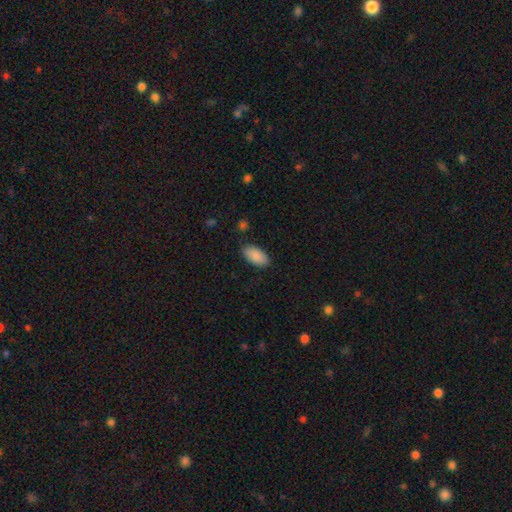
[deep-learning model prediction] This appears to be a smooth galaxy with no disk features (89%) that is in between round and cigar-shaped (95%). Merging: none (83%).